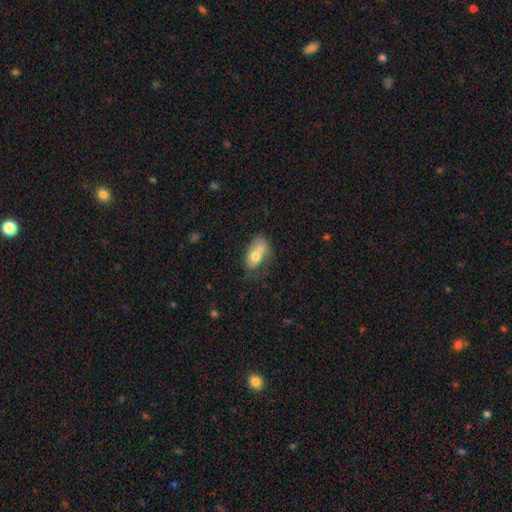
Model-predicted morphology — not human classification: type=smooth (69%); roundness=in between (82%); merging=merger (52%).